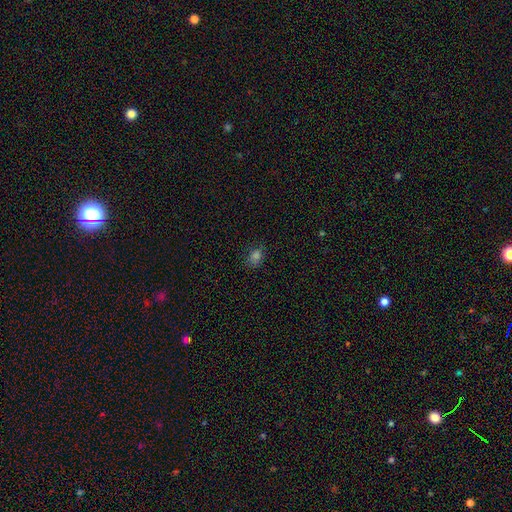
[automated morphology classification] smooth_or_featured: smooth (p=0.75) [alt: star or artifact p=0.20]
how_rounded: in between (p=0.59) [alt: round p=0.39]
merging: none (p=0.79) [alt: minor disturbance p=0.16]